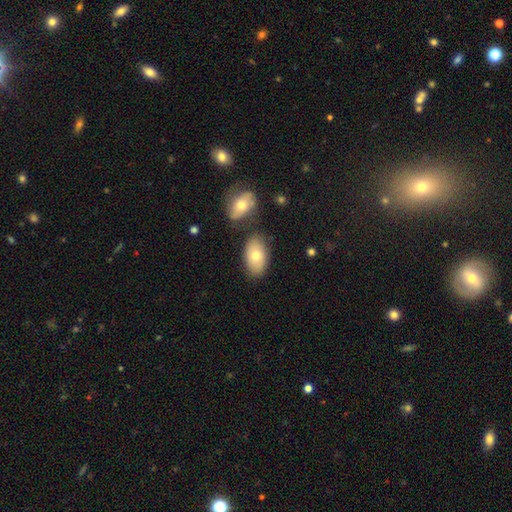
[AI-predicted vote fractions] Smooth or featured: smooth — 72% (featured or disk — 21%)
How rounded: in between — 92% (round — 7%)
Merging: none — 73% (minor disturbance — 13%)